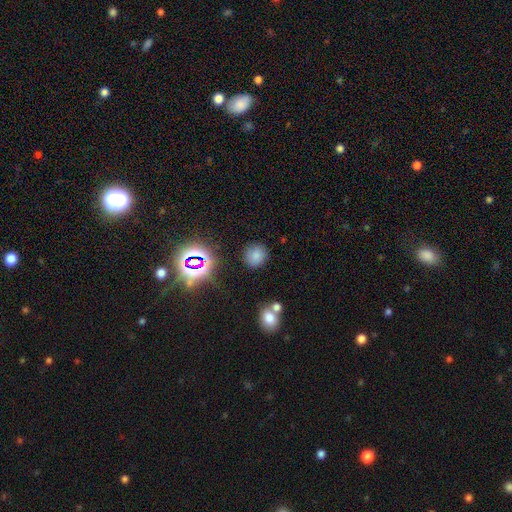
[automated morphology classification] Q: Smooth or featured?
A: smooth (74%); runner-up: star or artifact (19%)
Q: How rounded?
A: round (84%); runner-up: in between (15%)
Q: Merging?
A: none (84%); runner-up: minor disturbance (9%)